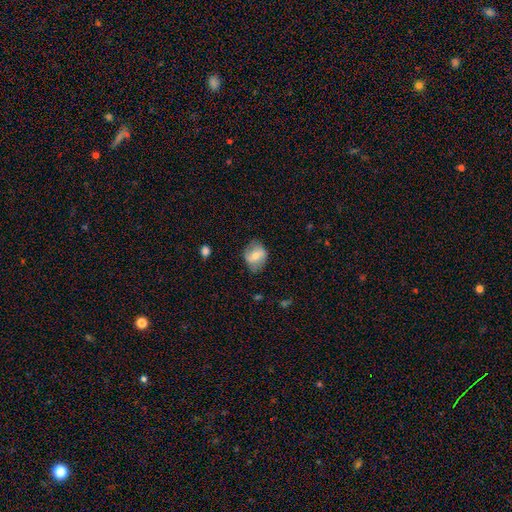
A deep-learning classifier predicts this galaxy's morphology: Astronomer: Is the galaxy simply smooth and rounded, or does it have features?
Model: smooth — 54% (runner-up: featured or disk, 38%).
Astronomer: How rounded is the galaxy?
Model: round — 53% (runner-up: in between, 46%).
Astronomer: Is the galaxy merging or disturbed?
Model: none — 70%.